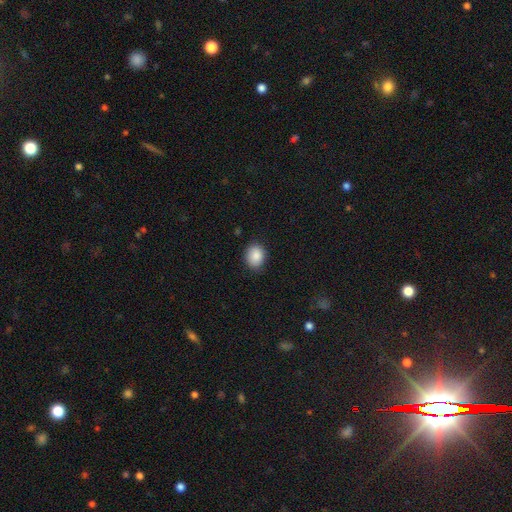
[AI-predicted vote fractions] The model was most divided on "how rounded": round: 51%, in between: 48%, cigar-shaped: 1%. More confident: smooth or featured — smooth (88%); merging — none (85%).